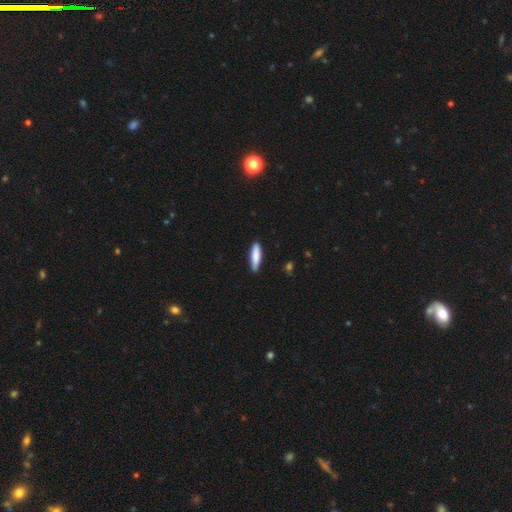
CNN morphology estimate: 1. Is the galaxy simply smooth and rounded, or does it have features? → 83% smooth, 11% featured or disk, 5% star or artifact.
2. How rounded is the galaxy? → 72% cigar-shaped, 27% in between, 1% round.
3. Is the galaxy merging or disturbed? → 86% none, 11% minor disturbance, 2% major disturbance, 1% merger.